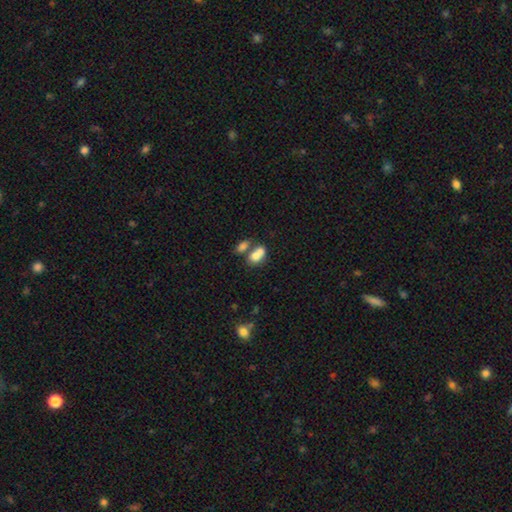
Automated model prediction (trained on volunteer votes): A smooth galaxy with no disk features (76%) that is in between round and cigar-shaped (80%).

Vote fractions:
- Smooth or featured? smooth: 76% / featured or disk: 15% / star or artifact: 9%
- How rounded? in between: 80% / round: 17% / cigar-shaped: 3%
- Merging? merger: 63% / none: 24% / minor disturbance: 8% / major disturbance: 5%